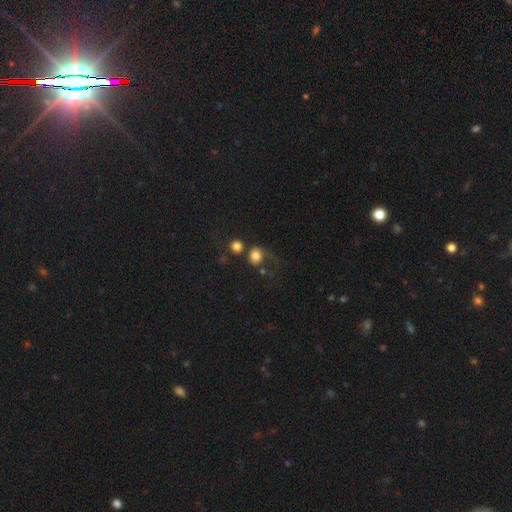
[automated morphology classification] A smooth galaxy with no disk features (78%) that is round (79%). Merging: none (43%).